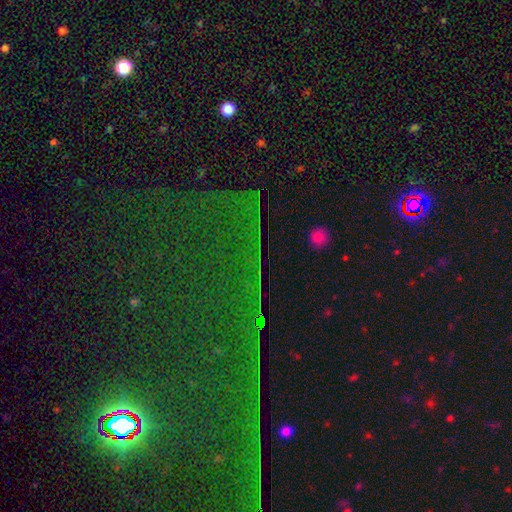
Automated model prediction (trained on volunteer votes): A star or artifact, not a galaxy (78%).

Vote fractions:
- Smooth or featured? star or artifact: 78% / smooth: 13% / featured or disk: 8%